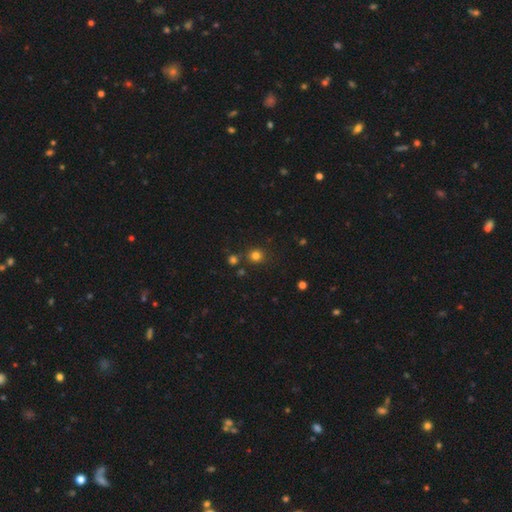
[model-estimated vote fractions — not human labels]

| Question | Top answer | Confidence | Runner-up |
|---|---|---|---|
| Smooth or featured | smooth | 78% | star or artifact (17%) |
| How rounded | round | 89% | in between (10%) |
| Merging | none | 80% | merger (9%) |